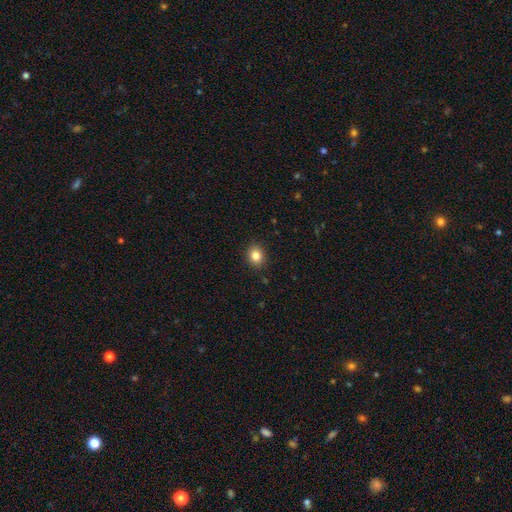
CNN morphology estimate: This appears to be a smooth galaxy with no disk features (85%) that is round (58%). Merging: none (90%).